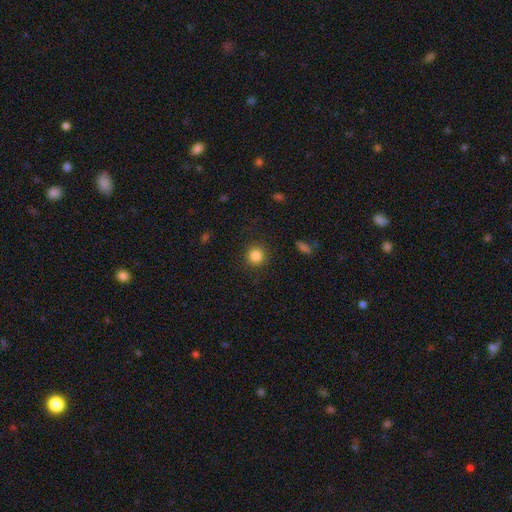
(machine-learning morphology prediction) Q: Smooth or featured?
A: smooth (85%); runner-up: star or artifact (11%)
Q: How rounded?
A: round (93%); runner-up: in between (6%)
Q: Merging?
A: none (90%); runner-up: minor disturbance (6%)